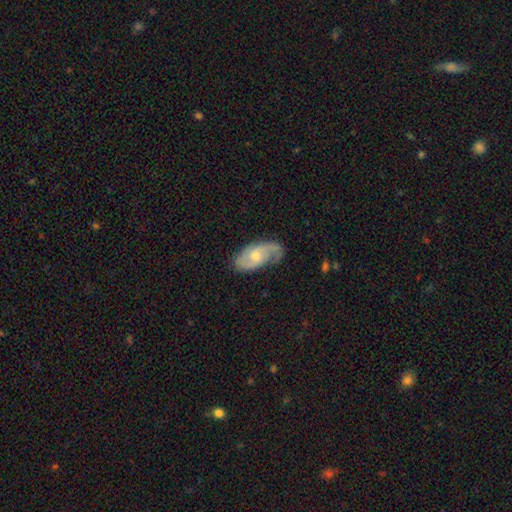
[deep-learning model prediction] Smooth or featured? Predicted: featured or disk (p=0.70). Edge-on disk? Predicted: no (p=0.94). Bar? Predicted: no (p=0.65). Spiral arms? Predicted: yes (p=0.90). Spiral winding? Predicted: medium (p=0.44). Spiral arm count? Predicted: 2 (p=0.72). Bulge size? Predicted: moderate (p=0.53). Merging? Predicted: none (p=0.67).